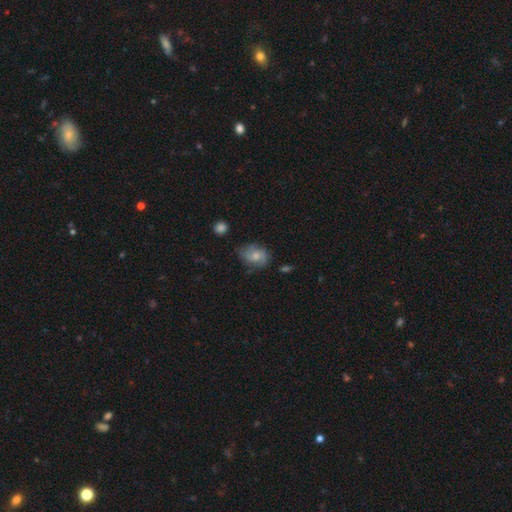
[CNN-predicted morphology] Q: Smooth or featured?
A: smooth (49%); runner-up: featured or disk (43%)
Q: Merging?
A: none (62%); runner-up: minor disturbance (27%)